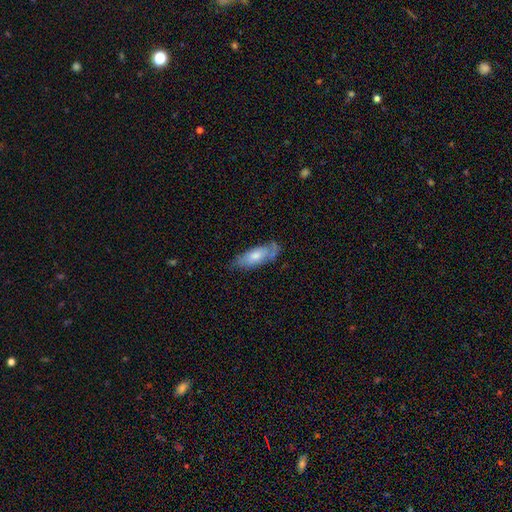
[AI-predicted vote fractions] A smooth galaxy with no disk features (57%) that is in between round and cigar-shaped (72%).

Vote fractions:
- Smooth or featured? smooth: 57% / featured or disk: 37% / star or artifact: 6%
- How rounded? in between: 72% / cigar-shaped: 26% / round: 2%
- Merging? none: 64% / minor disturbance: 26% / major disturbance: 7% / merger: 2%